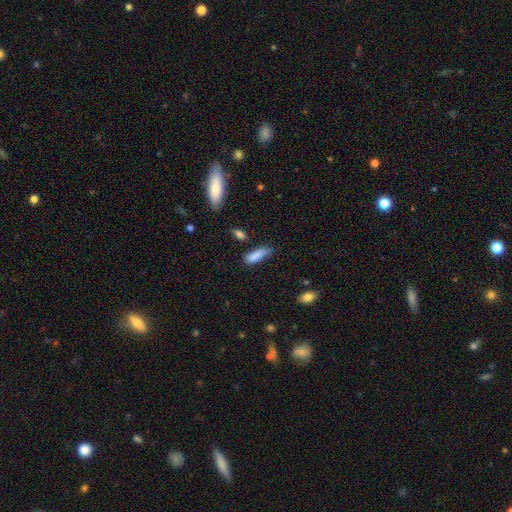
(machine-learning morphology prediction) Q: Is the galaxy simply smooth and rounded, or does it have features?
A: smooth — 85%.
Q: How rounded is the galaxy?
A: in between — 50%.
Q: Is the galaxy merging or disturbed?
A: none — 59%.